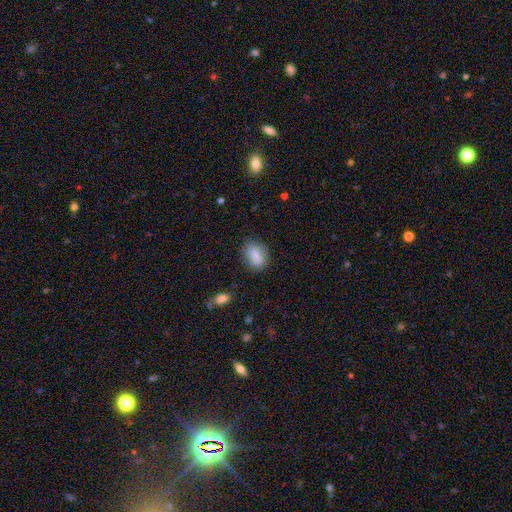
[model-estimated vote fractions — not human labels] The model was most divided on "merging": none: 78%, minor disturbance: 15%, major disturbance: 4%, merger: 2%. More confident: smooth or featured — smooth (84%); how rounded — in between (82%).